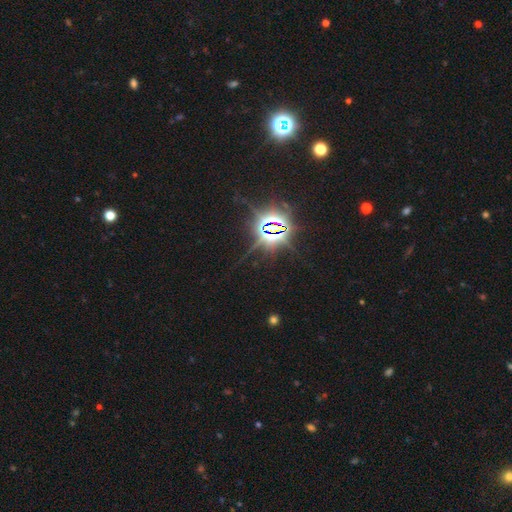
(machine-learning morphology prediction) star or artifact 85%, smooth 9%, featured or disk 6%.